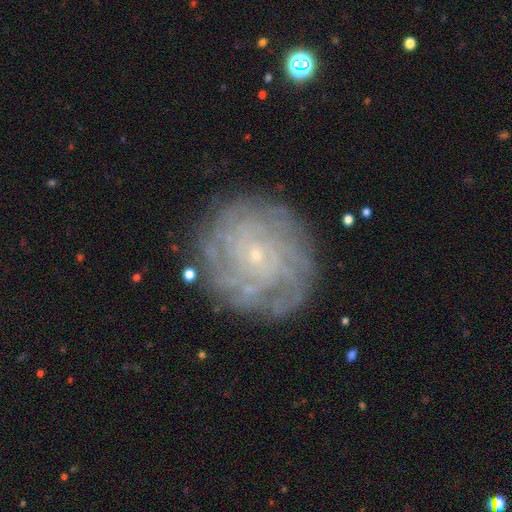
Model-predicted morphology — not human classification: Smooth or featured? featured or disk (78%)
Edge-on disk? no (97%)
Bar? no (78%)
Spiral arms? yes (92%)
Spiral winding? tight (78%)
Spiral arm count? can't tell (39%)
Bulge size? small (89%)
Merging? none (81%)